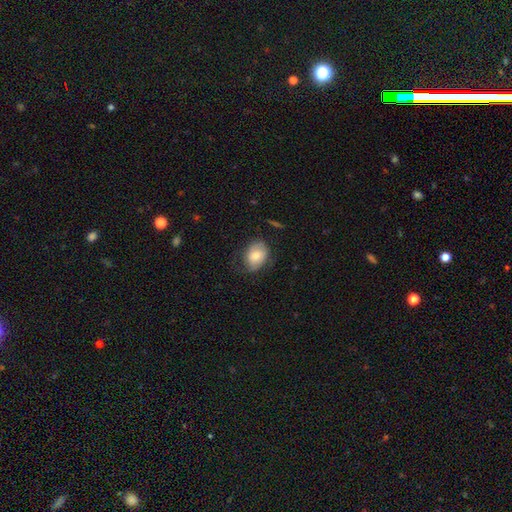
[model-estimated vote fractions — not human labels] This appears to be a smooth galaxy with no disk features (64%) that is in between round and cigar-shaped (63%). Merging: none (58%).